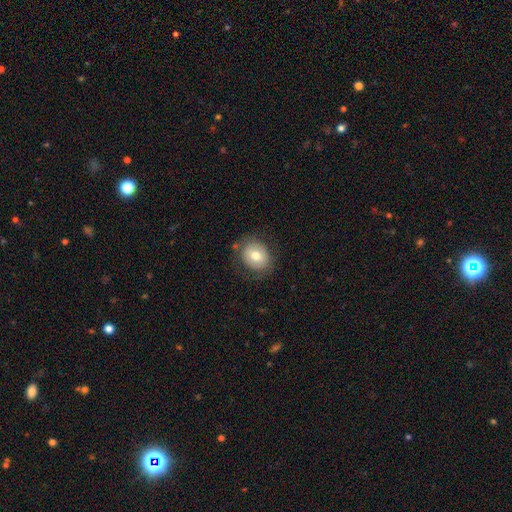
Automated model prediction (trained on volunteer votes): smooth_or_featured: smooth (p=0.69) [alt: featured or disk p=0.23]
how_rounded: round (p=0.61) [alt: in between p=0.38]
merging: none (p=0.77) [alt: minor disturbance p=0.15]